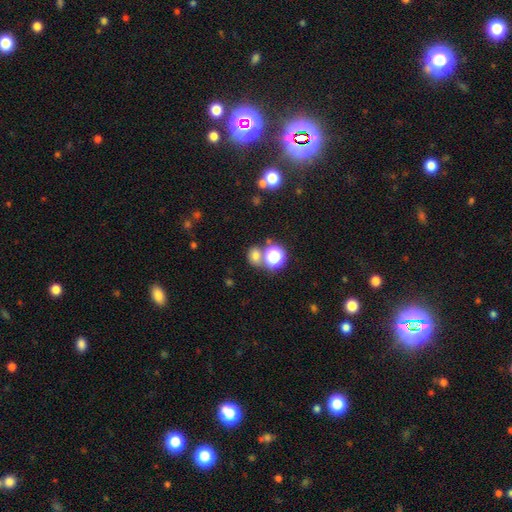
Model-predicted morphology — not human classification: Smooth or featured?
  - smooth: 68% *
  - star or artifact: 24%
  - featured or disk: 8%
How rounded?
  - round: 63% *
  - in between: 36%
  - cigar-shaped: 1%
Merging?
  - none: 62% *
  - merger: 24%
  - minor disturbance: 10%
  - major disturbance: 4%